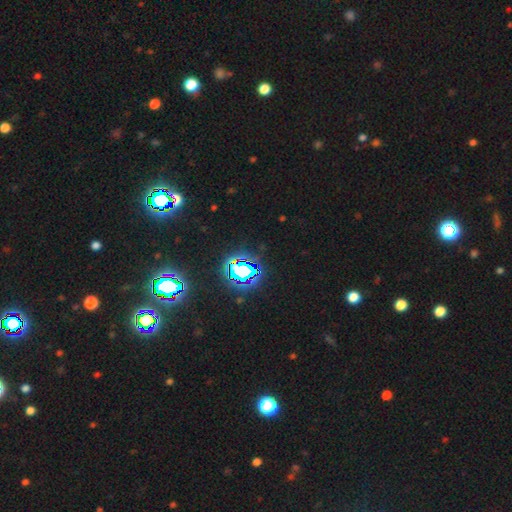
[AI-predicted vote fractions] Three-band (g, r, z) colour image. It shows a star or artifact, not a galaxy (82%).